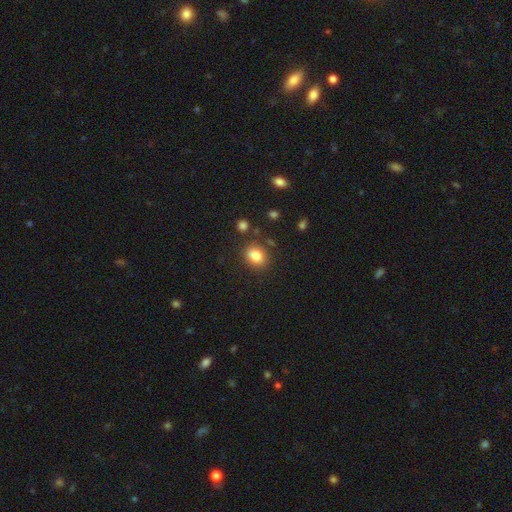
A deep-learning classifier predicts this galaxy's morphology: Smooth or featured: smooth — 82% (star or artifact — 10%)
How rounded: round — 51% (in between — 48%)
Merging: none — 79% (minor disturbance — 12%)